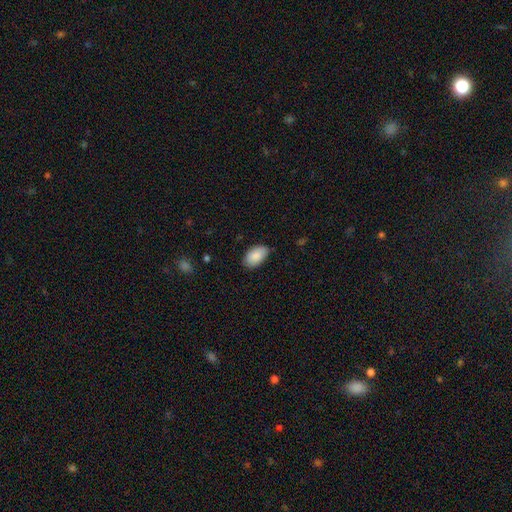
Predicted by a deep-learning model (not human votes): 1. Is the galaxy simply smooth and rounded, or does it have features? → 88% smooth, 6% star or artifact, 5% featured or disk.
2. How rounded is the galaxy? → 94% in between, 5% round, 1% cigar-shaped.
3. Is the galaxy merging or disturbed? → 76% none, 20% minor disturbance, 3% major disturbance, 1% merger.